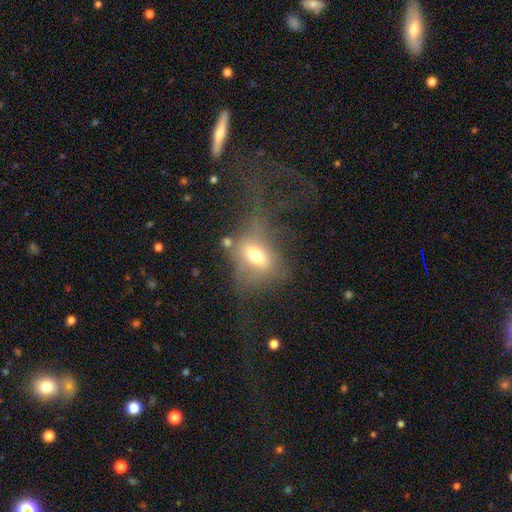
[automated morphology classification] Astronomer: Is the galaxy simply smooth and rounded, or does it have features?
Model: smooth — 58%.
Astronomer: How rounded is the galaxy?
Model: in between — 74%.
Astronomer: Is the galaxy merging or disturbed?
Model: major disturbance — 44% (runner-up: none, 27%).